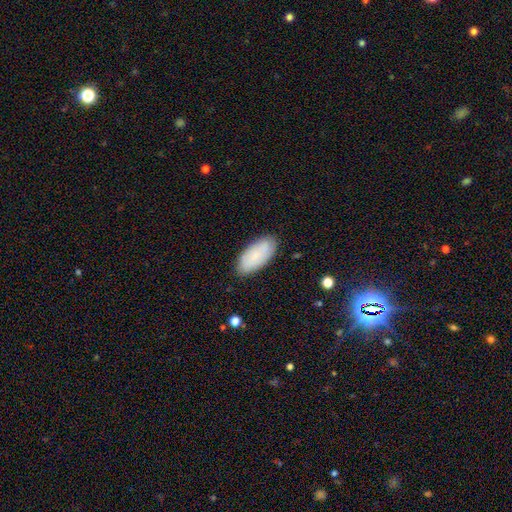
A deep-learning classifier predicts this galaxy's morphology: Smooth or featured? smooth (79%)
How rounded? in between (91%)
Merging? none (85%)